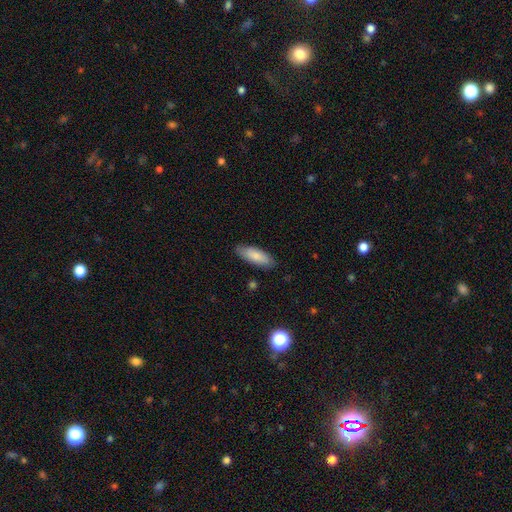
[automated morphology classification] The model was most divided on "how rounded": in between: 68%, cigar-shaped: 31%, round: 2%. More confident: merging — none (84%); smooth or featured — smooth (81%).